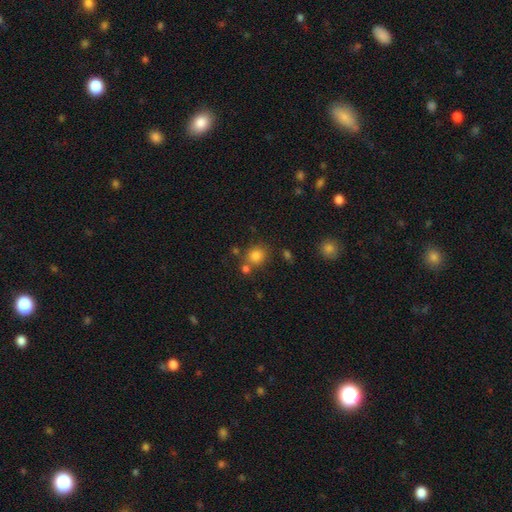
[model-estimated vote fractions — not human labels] Smooth or featured? smooth (82%)
How rounded? round (79%)
Merging? none (68%)